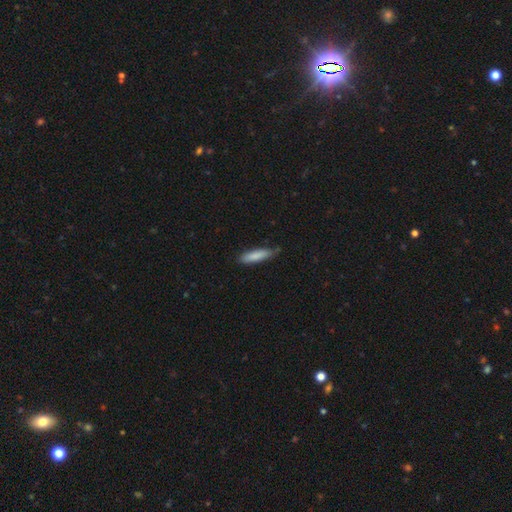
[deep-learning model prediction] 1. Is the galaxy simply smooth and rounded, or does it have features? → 84% smooth, 10% featured or disk, 6% star or artifact.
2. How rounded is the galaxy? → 75% cigar-shaped, 24% in between, 1% round.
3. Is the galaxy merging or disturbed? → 70% none, 25% minor disturbance, 3% major disturbance, 2% merger.